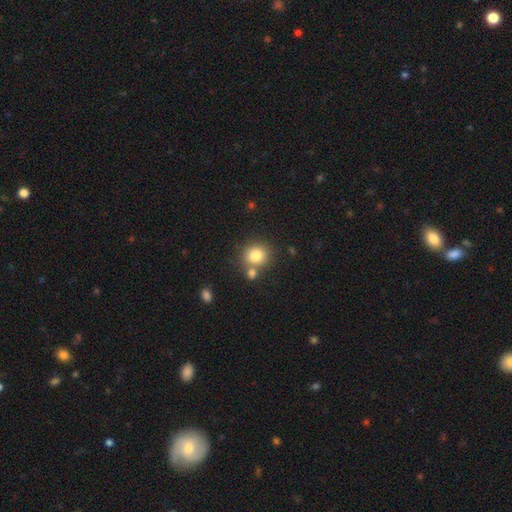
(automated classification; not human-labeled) A smooth galaxy with no disk features (81%) that is round (83%).

Vote fractions:
- Smooth or featured? smooth: 81% / star or artifact: 11% / featured or disk: 8%
- How rounded? round: 83% / in between: 16% / cigar-shaped: 1%
- Merging? none: 65% / merger: 23% / minor disturbance: 9% / major disturbance: 3%